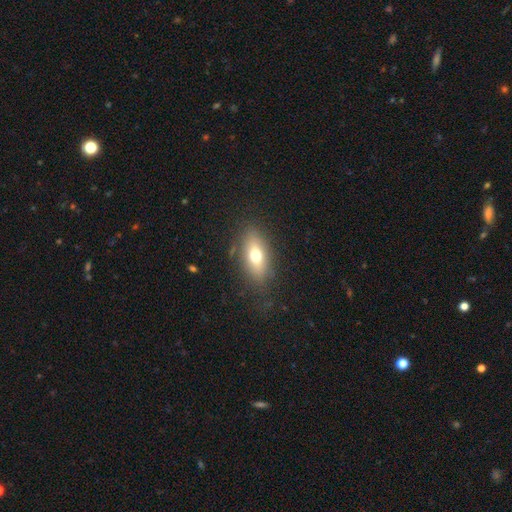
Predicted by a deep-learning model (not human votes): smooth_or_featured: smooth (p=0.67) [alt: featured or disk p=0.24]
how_rounded: in between (p=0.80) [alt: cigar-shaped p=0.13]
merging: none (p=0.81) [alt: minor disturbance p=0.13]